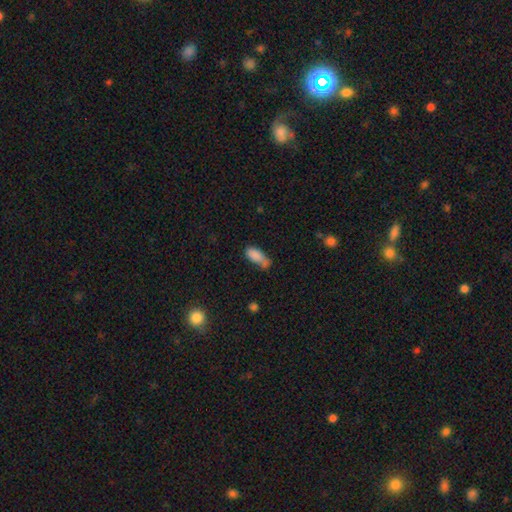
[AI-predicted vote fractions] smooth 83%, star or artifact 9%, featured or disk 8%. Down the decision tree: how rounded — in between (85%); merging — none (38%).